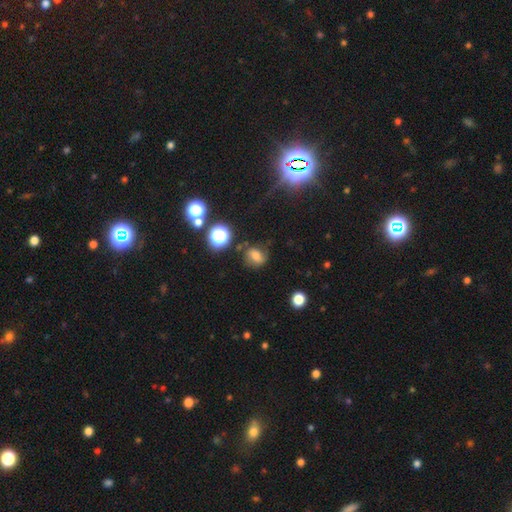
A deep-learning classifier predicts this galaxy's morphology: A smooth galaxy with no disk features (58%) that is round (58%). Merging: none (67%).